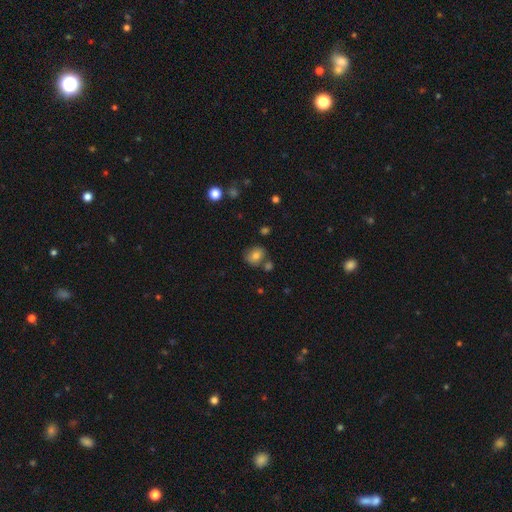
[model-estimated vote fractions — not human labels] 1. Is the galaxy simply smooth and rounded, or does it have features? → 79% smooth, 11% star or artifact, 11% featured or disk.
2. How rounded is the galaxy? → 62% round, 37% in between, 1% cigar-shaped.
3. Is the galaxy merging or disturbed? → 68% none, 15% minor disturbance, 13% merger, 4% major disturbance.